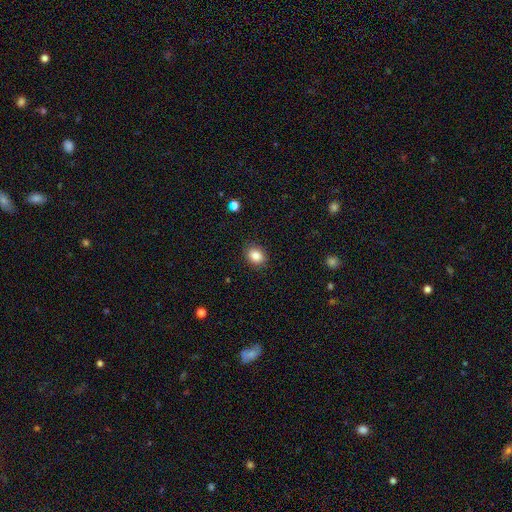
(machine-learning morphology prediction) Smooth or featured? Predicted: smooth (p=0.85). How rounded? Predicted: round (p=0.54). Merging? Predicted: none (p=0.88).